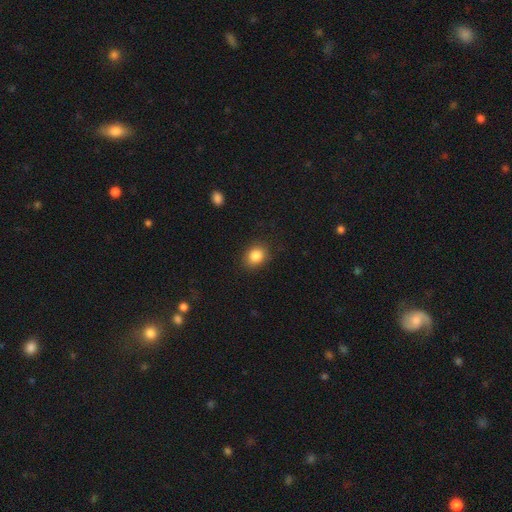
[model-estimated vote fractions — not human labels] Smooth or featured? Predicted: smooth (p=0.85). How rounded? Predicted: round (p=0.55). Merging? Predicted: none (p=0.86).